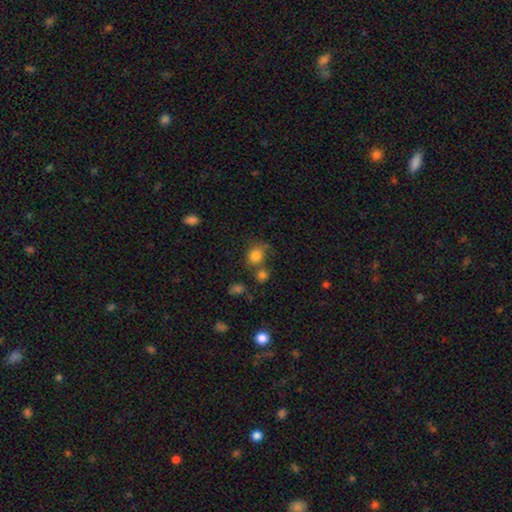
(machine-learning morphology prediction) The model was most divided on "how rounded": round: 68%, in between: 31%, cigar-shaped: 1%. More confident: smooth or featured — smooth (81%); merging — none (58%).